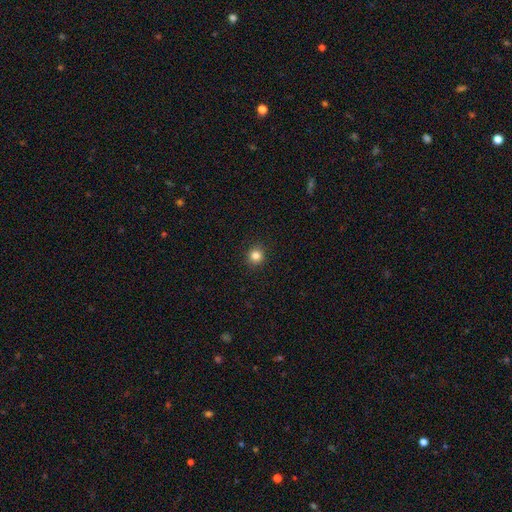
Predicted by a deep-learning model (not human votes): smooth_or_featured: smooth (p=0.83) [alt: star or artifact p=0.12]
how_rounded: round (p=0.92) [alt: in between p=0.07]
merging: none (p=0.92) [alt: minor disturbance p=0.05]